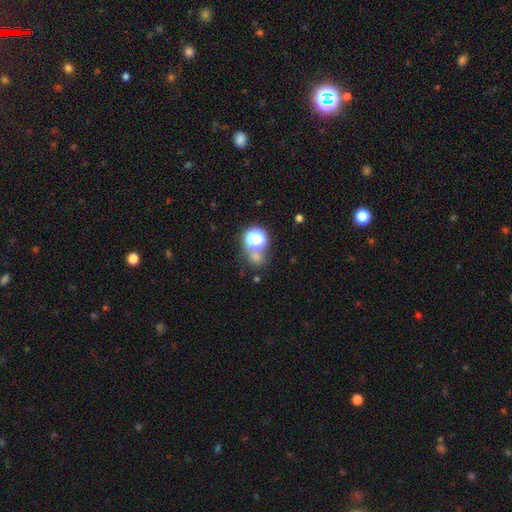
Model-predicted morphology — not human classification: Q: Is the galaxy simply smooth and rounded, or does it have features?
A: star or artifact — 53%.